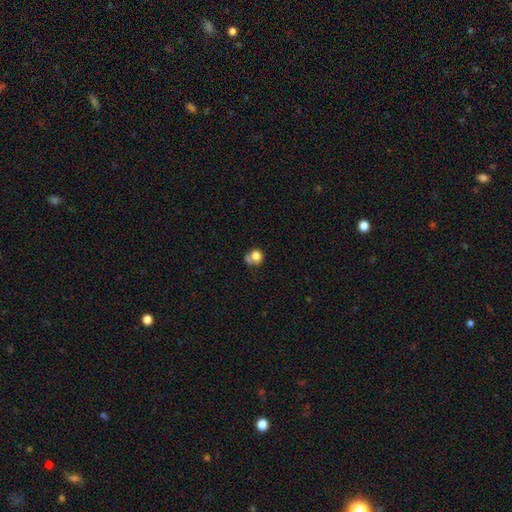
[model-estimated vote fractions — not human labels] The model was most divided on "merging": none: 40%, merger: 32%, minor disturbance: 16%, major disturbance: 12%. More confident: smooth or featured — smooth (76%); how rounded — round (71%).